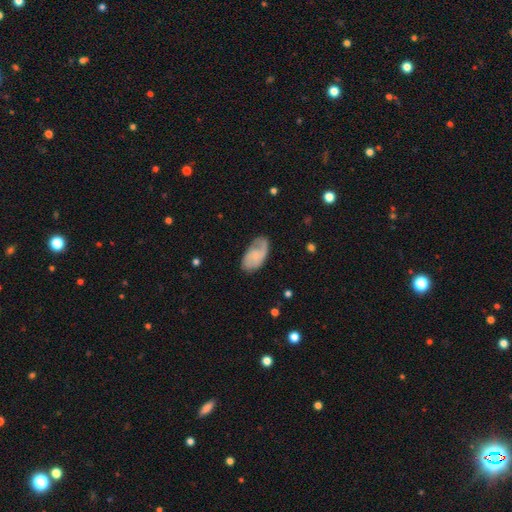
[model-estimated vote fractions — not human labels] Smooth or featured: featured or disk — 54% (smooth — 39%)
Edge-on disk: no — 95% (yes — 5%)
Bar: no — 65% (weak — 30%)
Spiral arms: yes — 88% (no — 12%)
Bulge size: small — 47% (none — 34%)
Merging: none — 64% (minor disturbance — 24%)